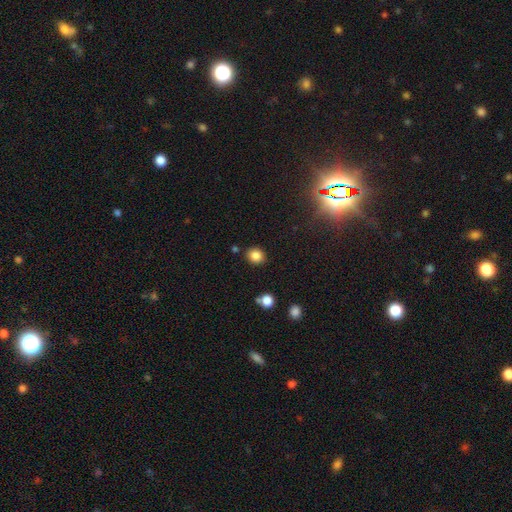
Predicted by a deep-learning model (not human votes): Smooth or featured?
  - smooth: 84% *
  - star or artifact: 11%
  - featured or disk: 5%
How rounded?
  - round: 79% *
  - in between: 20%
  - cigar-shaped: 1%
Merging?
  - none: 86% *
  - minor disturbance: 8%
  - merger: 3%
  - major disturbance: 2%